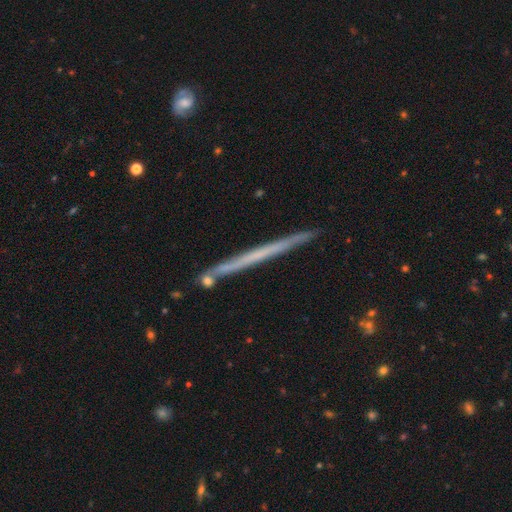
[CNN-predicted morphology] featured or disk 58%, smooth 35%, star or artifact 6%. Down the decision tree: edge-on disk — yes (98%); edge-on bulge — none (91%); merging — none (89%).